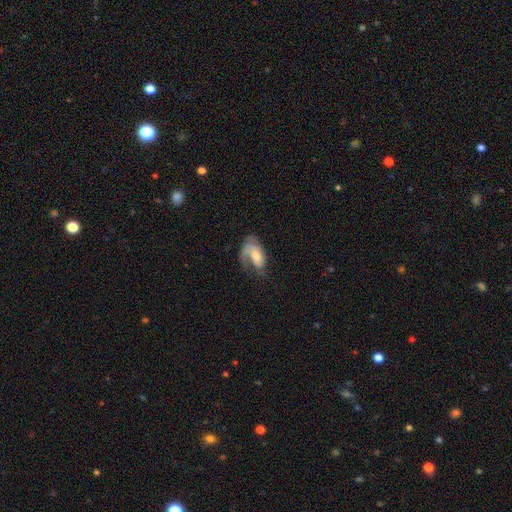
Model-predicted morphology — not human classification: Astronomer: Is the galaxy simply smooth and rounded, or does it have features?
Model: featured or disk — 63%.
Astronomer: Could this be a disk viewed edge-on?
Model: no — 95%.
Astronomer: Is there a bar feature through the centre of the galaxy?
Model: no — 58% (runner-up: weak, 33%).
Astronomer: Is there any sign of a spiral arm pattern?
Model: yes — 84%.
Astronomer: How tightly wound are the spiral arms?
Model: medium — 39% (runner-up: loose, 36%).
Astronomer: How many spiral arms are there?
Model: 1 — 64%.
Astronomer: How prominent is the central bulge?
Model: moderate — 51%.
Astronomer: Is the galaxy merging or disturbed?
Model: none — 39% (runner-up: major disturbance, 35%).